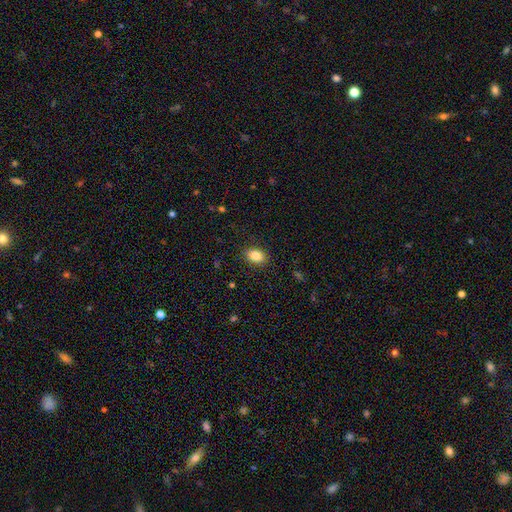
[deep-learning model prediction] smooth 85%, star or artifact 9%, featured or disk 6%. Down the decision tree: how rounded — in between (78%); merging — none (88%).